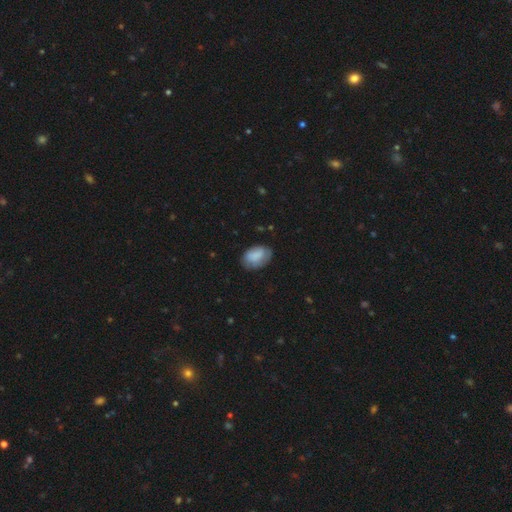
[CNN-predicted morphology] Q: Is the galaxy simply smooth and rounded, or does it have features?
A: smooth — 81%.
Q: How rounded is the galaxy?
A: in between — 86%.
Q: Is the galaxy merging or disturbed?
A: none — 69%.